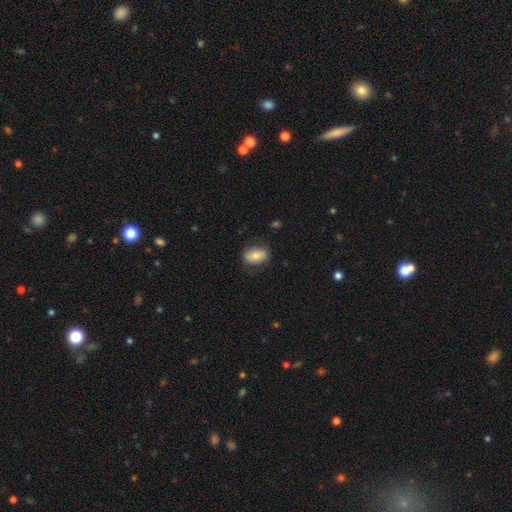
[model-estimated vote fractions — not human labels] Smooth or featured?
  - smooth: 75% *
  - featured or disk: 18%
  - star or artifact: 7%
How rounded?
  - in between: 86% *
  - round: 13%
  - cigar-shaped: 2%
Merging?
  - none: 78% *
  - minor disturbance: 16%
  - major disturbance: 5%
  - merger: 1%